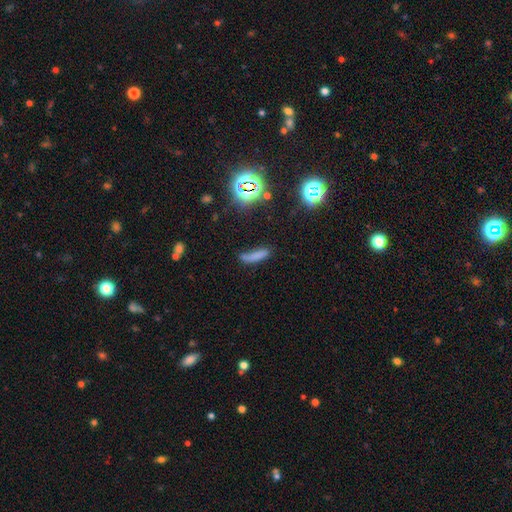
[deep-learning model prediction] smooth-or-featured: smooth: 69% | star or artifact: 18% | featured or disk: 13%
  how-rounded: cigar-shaped: 73% | in between: 24% | round: 3%
  merging: none: 56% | minor disturbance: 23% | major disturbance: 11% | merger: 10%